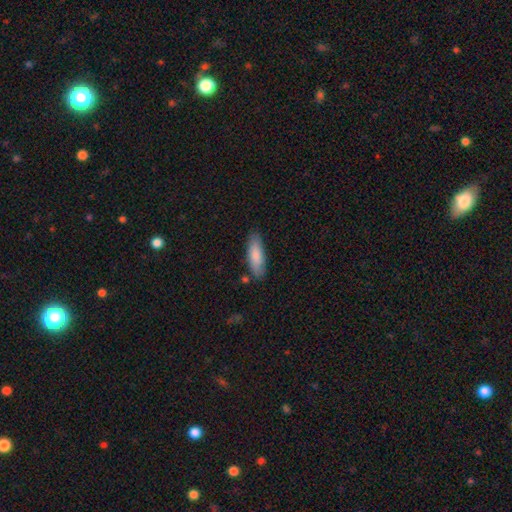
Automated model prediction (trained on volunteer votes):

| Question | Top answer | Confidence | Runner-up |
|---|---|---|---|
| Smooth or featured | smooth | 84% | featured or disk (11%) |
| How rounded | in between | 57% | cigar-shaped (41%) |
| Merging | none | 81% | minor disturbance (13%) |